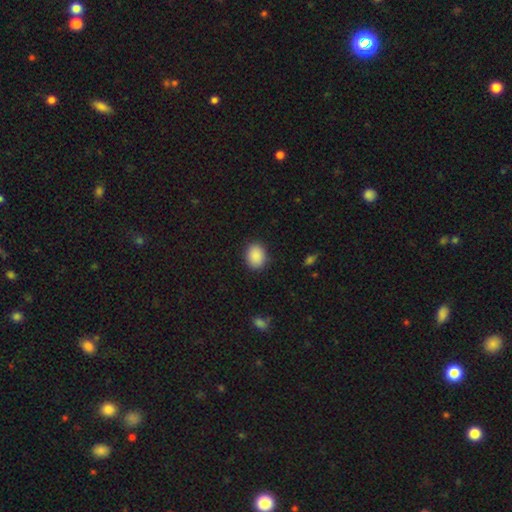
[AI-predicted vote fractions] smooth_or_featured: smooth (p=0.90) [alt: star or artifact p=0.08]
how_rounded: in between (p=0.57) [alt: round p=0.42]
merging: none (p=0.88) [alt: minor disturbance p=0.09]